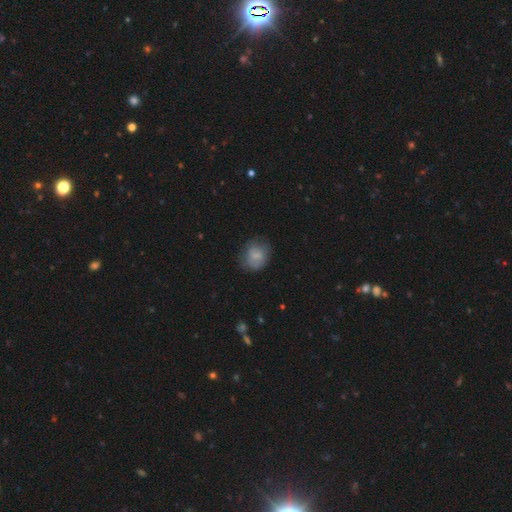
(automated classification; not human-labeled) Morphology: type=smooth (71%); roundness=round (61%); merging=none (63%).